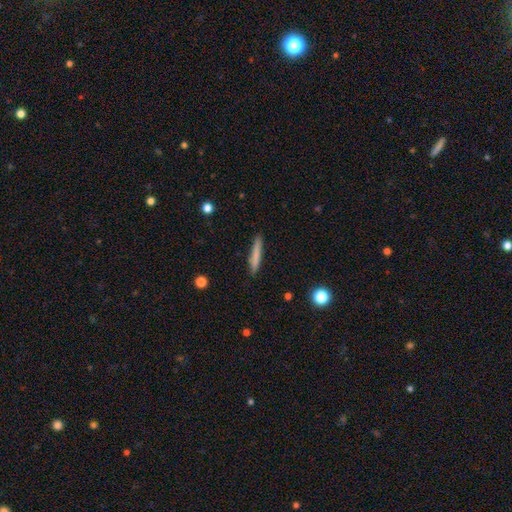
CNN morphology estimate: smooth_or_featured: smooth (p=0.75) [alt: featured or disk p=0.18]
how_rounded: cigar-shaped (p=0.94) [alt: in between p=0.04]
merging: none (p=0.89) [alt: minor disturbance p=0.08]